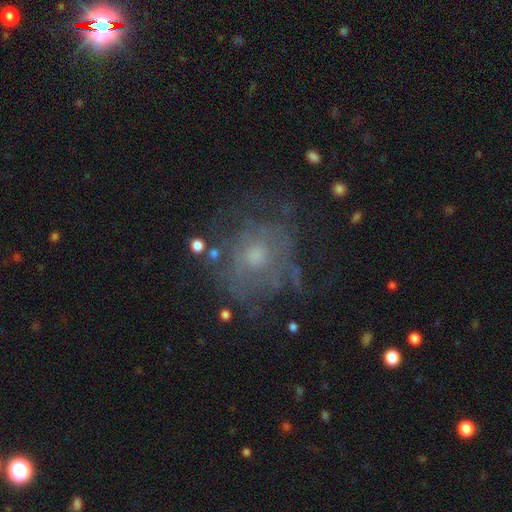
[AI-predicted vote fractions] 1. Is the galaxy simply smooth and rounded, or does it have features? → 56% featured or disk, 30% smooth, 14% star or artifact.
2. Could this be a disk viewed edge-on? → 97% no, 3% yes.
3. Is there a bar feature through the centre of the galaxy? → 84% no, 13% weak, 2% strong.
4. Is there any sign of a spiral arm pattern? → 55% no, 45% yes.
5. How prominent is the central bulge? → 50% moderate, 39% small, 5% large, 5% none, 1% dominant.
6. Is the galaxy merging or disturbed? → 59% none, 19% minor disturbance, 18% major disturbance, 3% merger.